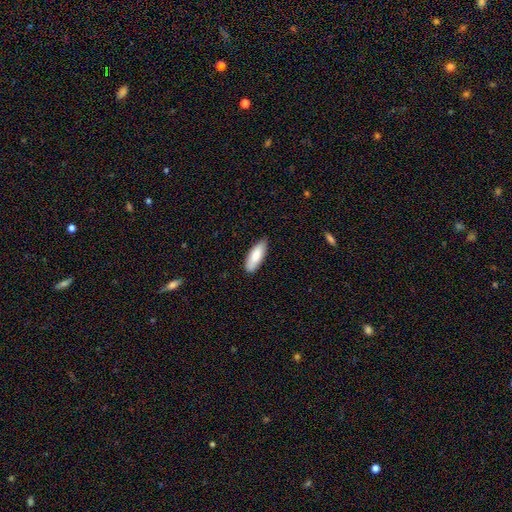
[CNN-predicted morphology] Smooth or featured: smooth — 82% (featured or disk — 13%)
How rounded: in between — 68% (cigar-shaped — 31%)
Merging: none — 84% (minor disturbance — 13%)